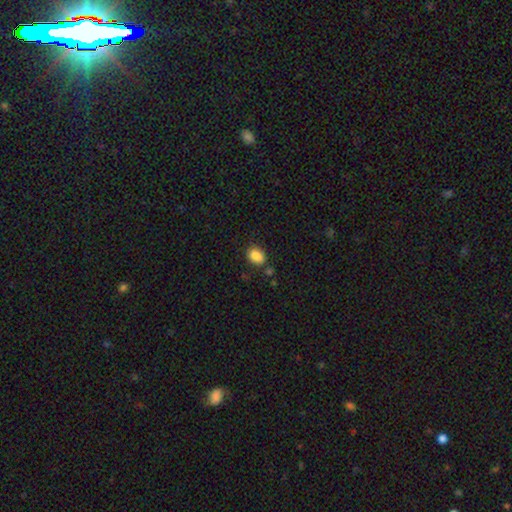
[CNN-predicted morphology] A smooth galaxy with no disk features (86%) that is in between round and cigar-shaped (70%).

Vote fractions:
- Smooth or featured? smooth: 86% / star or artifact: 9% / featured or disk: 5%
- How rounded? in between: 70% / round: 28% / cigar-shaped: 1%
- Merging? none: 67% / minor disturbance: 21% / merger: 7% / major disturbance: 5%